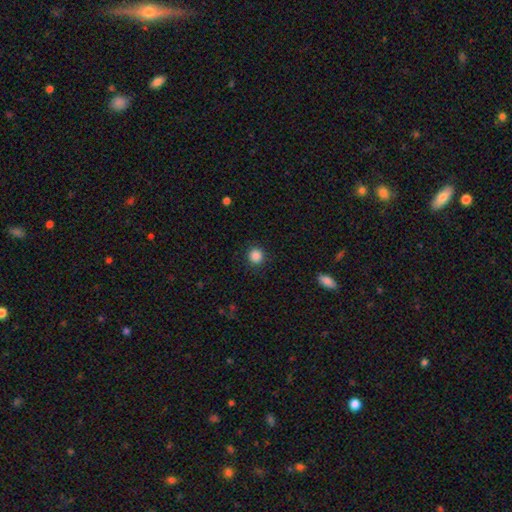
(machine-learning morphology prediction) Overall: smooth (87%). How rounded: round (91%). Merging: none (90%).